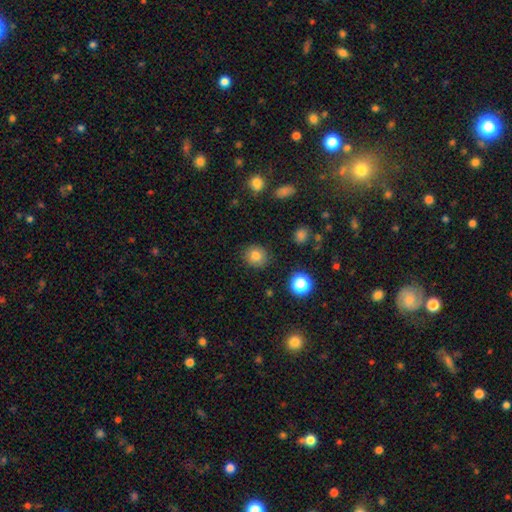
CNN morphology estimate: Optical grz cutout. It shows a smooth galaxy with no disk features (80%) that is round (86%). Merging: none (88%).